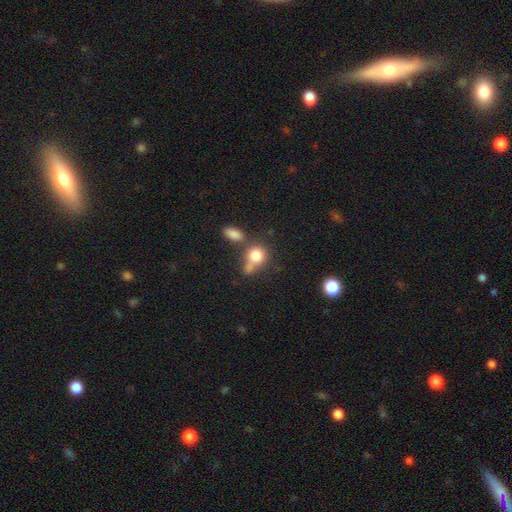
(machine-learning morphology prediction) smooth 79%, featured or disk 11%, star or artifact 10%. Down the decision tree: how rounded — round (66%); merging — none (39%, tied with merger).